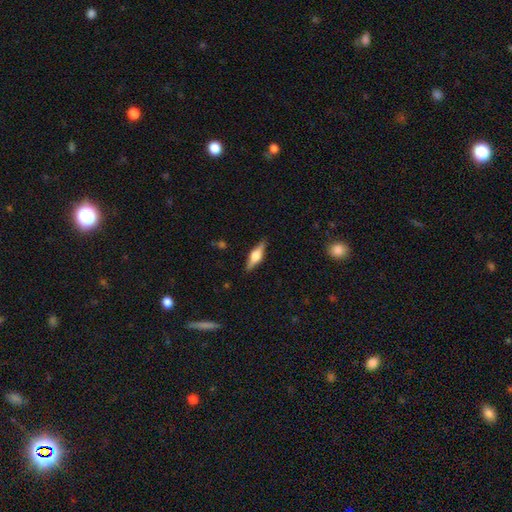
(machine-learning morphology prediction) A featured or disk galaxy (56%) viewed edge-on (95%) with a rounded central bulge (91%). Merging: none (88%).